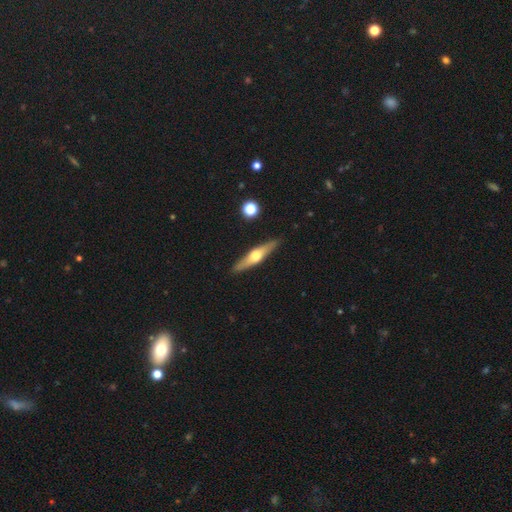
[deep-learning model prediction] Smooth or featured?
  - featured or disk: 62% *
  - smooth: 32%
  - star or artifact: 5%
Edge-on disk?
  - yes: 95% *
  - no: 5%
Edge-on bulge?
  - rounded: 94% *
  - boxy: 3%
  - none: 3%
Merging?
  - none: 90% *
  - minor disturbance: 7%
  - major disturbance: 2%
  - merger: 2%